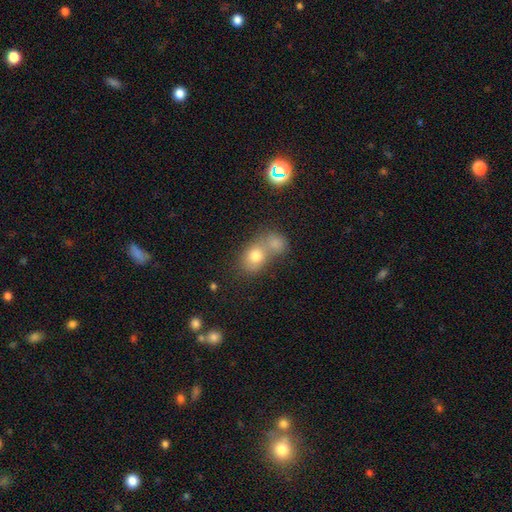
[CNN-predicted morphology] Q: Smooth or featured?
A: smooth (74%); runner-up: featured or disk (13%)
Q: How rounded?
A: in between (52%); runner-up: round (47%)
Q: Merging?
A: merger (52%); runner-up: none (34%)